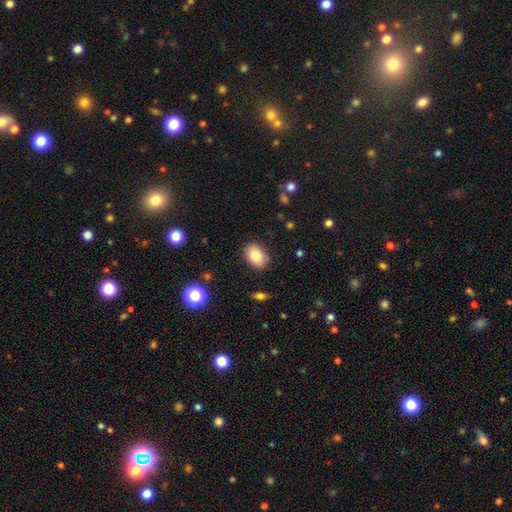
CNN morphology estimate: This is clearly a smooth galaxy (83%). How rounded: likely in between (76%). Merging: clearly none (87%).